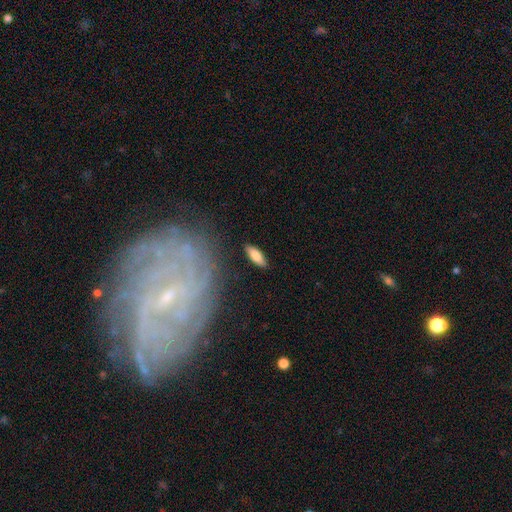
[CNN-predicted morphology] Smooth or featured? smooth (82%)
How rounded? in between (66%)
Merging? none (87%)